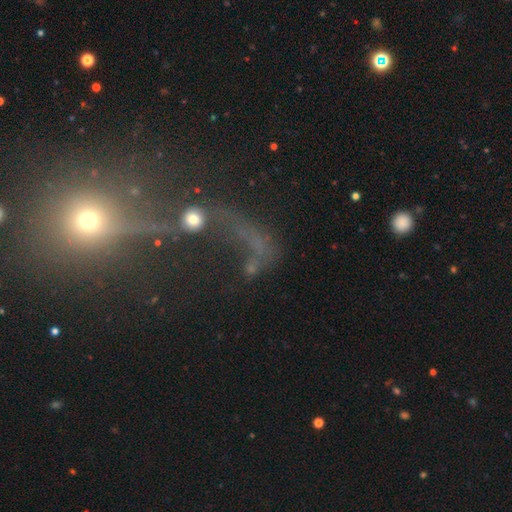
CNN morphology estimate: Overall: featured or disk (42%; star or artifact 33%). Merging: major disturbance (33%; none 29%).